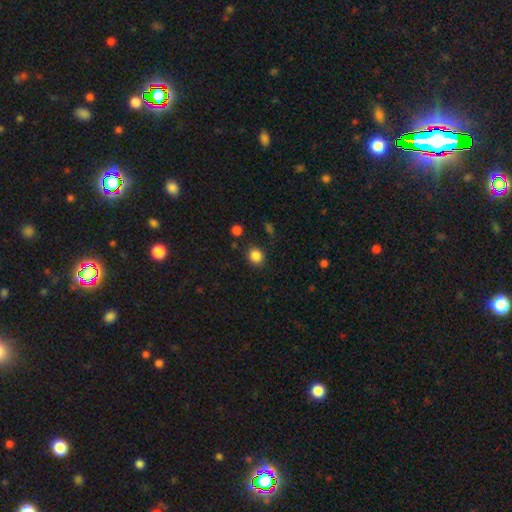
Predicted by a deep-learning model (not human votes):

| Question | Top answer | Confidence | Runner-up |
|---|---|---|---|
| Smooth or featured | smooth | 86% | star or artifact (10%) |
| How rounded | round | 67% | in between (32%) |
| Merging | none | 85% | minor disturbance (10%) |